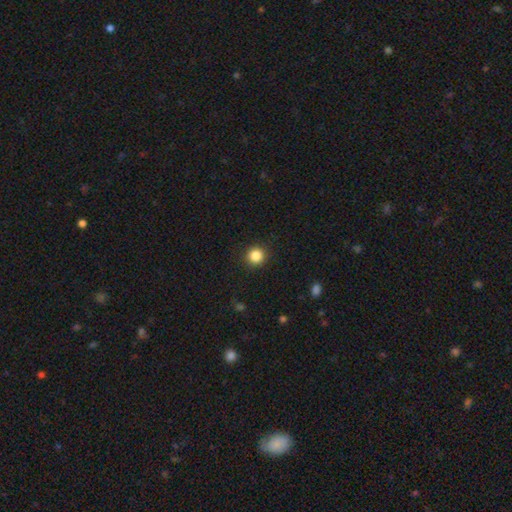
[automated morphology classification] The model was most divided on "smooth or featured": smooth: 85%, star or artifact: 11%, featured or disk: 4%. More confident: how rounded — round (94%); merging — none (91%).